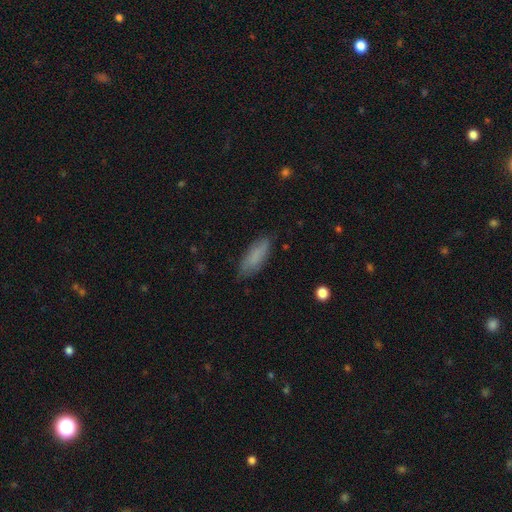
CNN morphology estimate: smooth_or_featured: smooth (p=0.80) [alt: featured or disk p=0.13]
how_rounded: in between (p=0.62) [alt: cigar-shaped p=0.37]
merging: none (p=0.78) [alt: minor disturbance p=0.17]